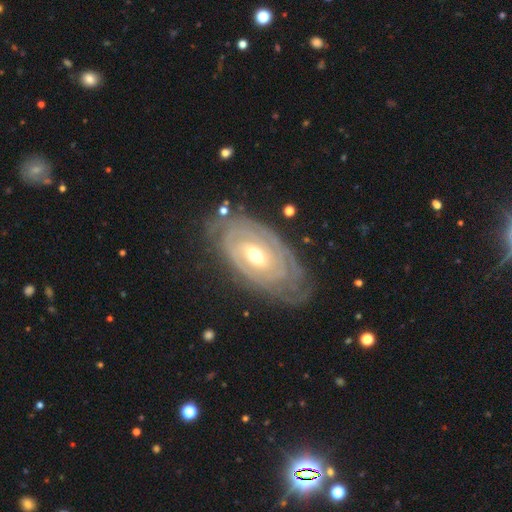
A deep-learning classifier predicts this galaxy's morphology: Overall: featured or disk (87%). Edge-on disk: no (94%). Bar: no (43%; weak 39%). Spiral arms: yes (93%). Spiral arm count: can't tell (45%; 2 20%). Spiral winding: tight (84%). Bulge size: moderate (63%; small 31%). Merging: none (73%).